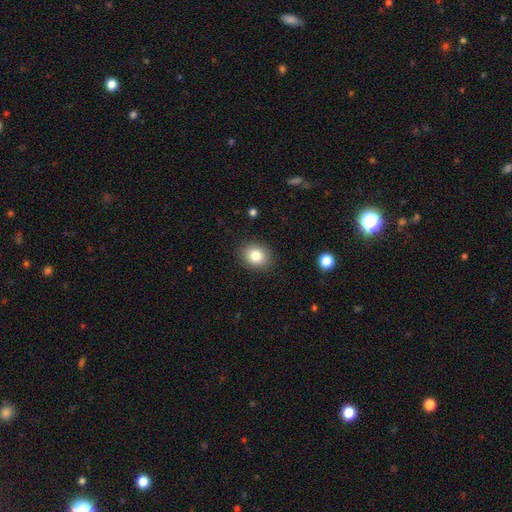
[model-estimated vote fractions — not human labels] Overall: smooth (83%). How rounded: round (57%; in between 42%). Merging: none (89%).